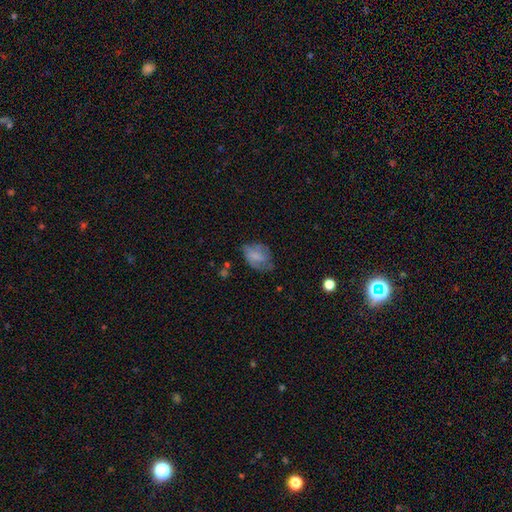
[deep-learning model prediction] Morphology: type=smooth (59%); roundness=in between (82%); merging=none (49%).